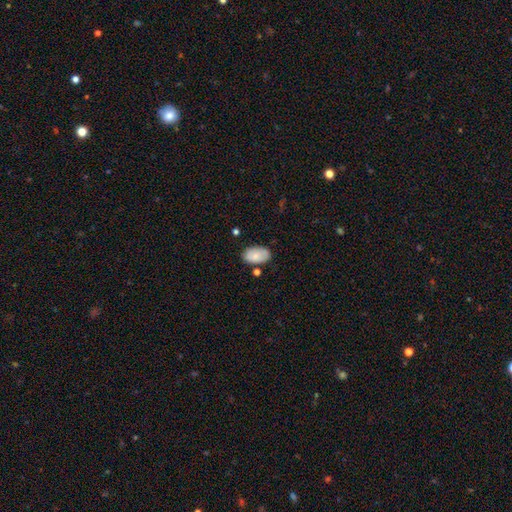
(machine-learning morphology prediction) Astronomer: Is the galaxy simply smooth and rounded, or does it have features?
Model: smooth — 78%.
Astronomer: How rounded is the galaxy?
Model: in between — 94%.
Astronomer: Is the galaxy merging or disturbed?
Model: none — 76%.